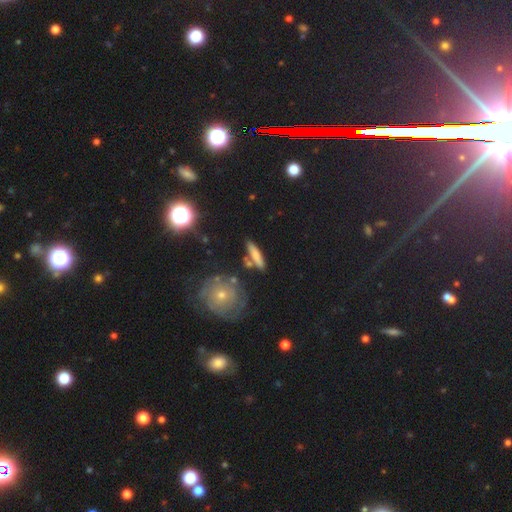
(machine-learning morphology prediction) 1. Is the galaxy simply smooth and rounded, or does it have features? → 65% smooth, 27% featured or disk, 8% star or artifact.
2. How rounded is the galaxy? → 80% cigar-shaped, 17% in between, 4% round.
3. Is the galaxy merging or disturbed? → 79% none, 12% minor disturbance, 6% merger, 3% major disturbance.